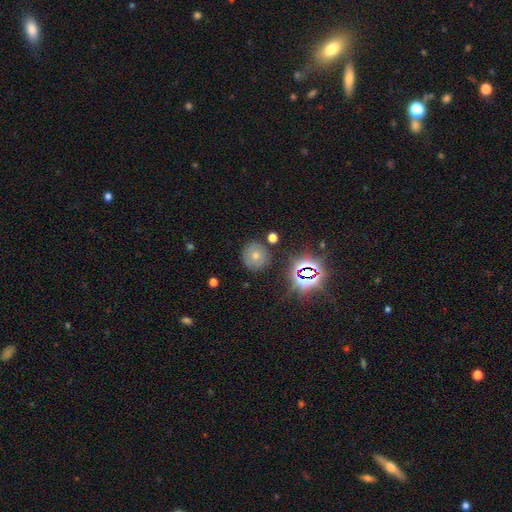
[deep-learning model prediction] Smooth or featured? smooth (50%)
Merging? none (81%)